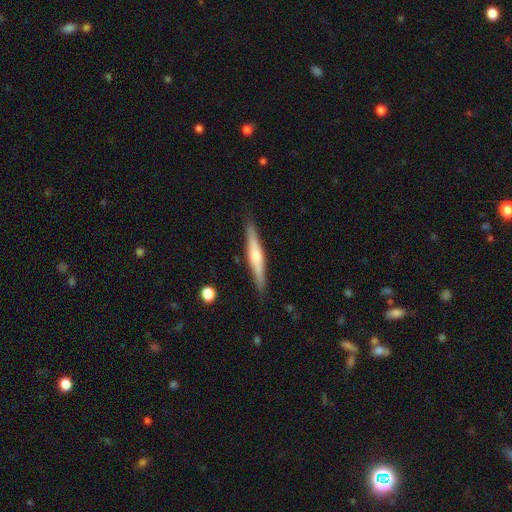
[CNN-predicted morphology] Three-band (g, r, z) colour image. It shows a featured or disk galaxy (63%) viewed edge-on (96%) with a rounded central bulge (81%). Merging: none (88%).